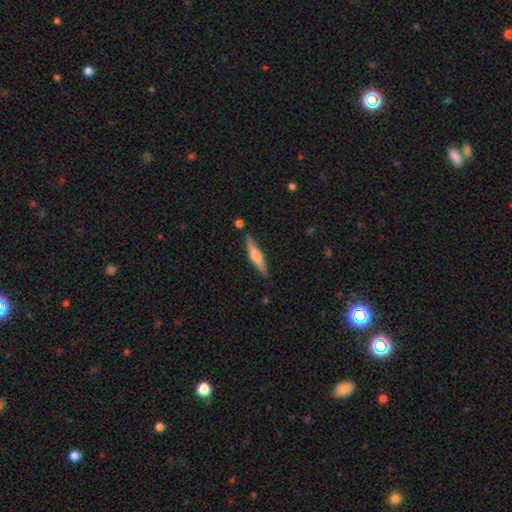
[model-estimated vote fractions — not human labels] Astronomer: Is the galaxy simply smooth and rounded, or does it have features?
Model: featured or disk — 50% (runner-up: smooth, 45%).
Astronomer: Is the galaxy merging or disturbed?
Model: none — 84%.